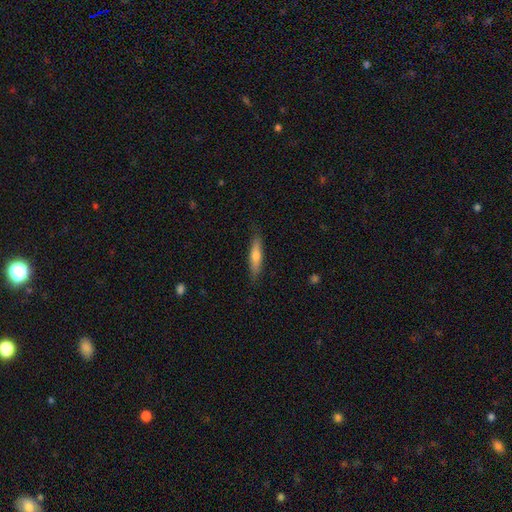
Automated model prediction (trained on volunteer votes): Smooth or featured: smooth — 64% (featured or disk — 30%)
How rounded: cigar-shaped — 79% (in between — 19%)
Merging: none — 84% (minor disturbance — 13%)